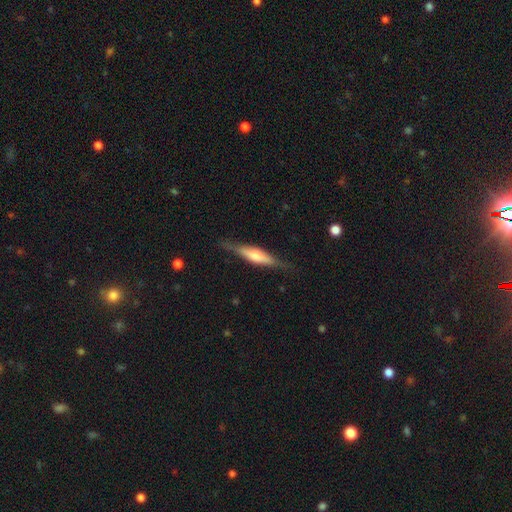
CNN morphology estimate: Smooth or featured? featured or disk (57%)
Edge-on disk? yes (94%)
Edge-on bulge? rounded (67%)
Merging? none (81%)